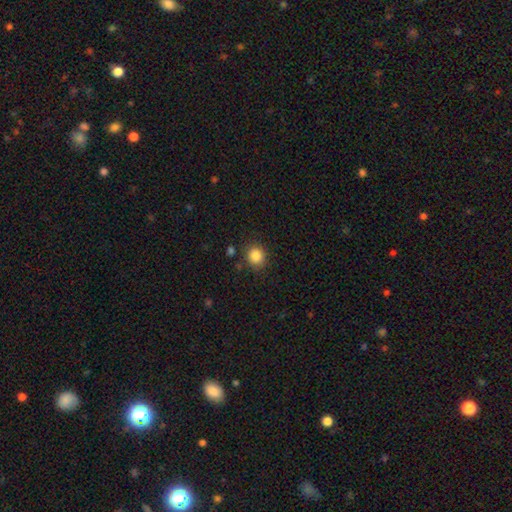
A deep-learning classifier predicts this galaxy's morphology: Q: Smooth or featured?
A: smooth (85%); runner-up: star or artifact (11%)
Q: How rounded?
A: round (83%); runner-up: in between (16%)
Q: Merging?
A: none (85%); runner-up: minor disturbance (9%)